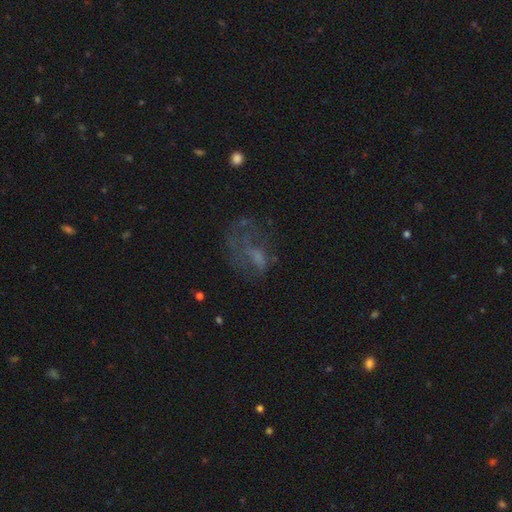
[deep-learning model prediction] smooth_or_featured: featured or disk (p=0.46) [alt: smooth p=0.34]
merging: major disturbance (p=0.43) [alt: none p=0.36]